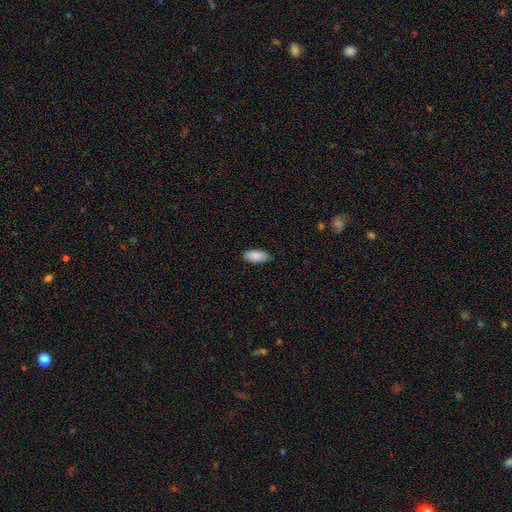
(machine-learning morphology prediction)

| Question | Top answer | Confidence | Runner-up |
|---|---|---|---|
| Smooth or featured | smooth | 88% | featured or disk (6%) |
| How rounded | in between | 85% | cigar-shaped (13%) |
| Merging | none | 85% | minor disturbance (12%) |